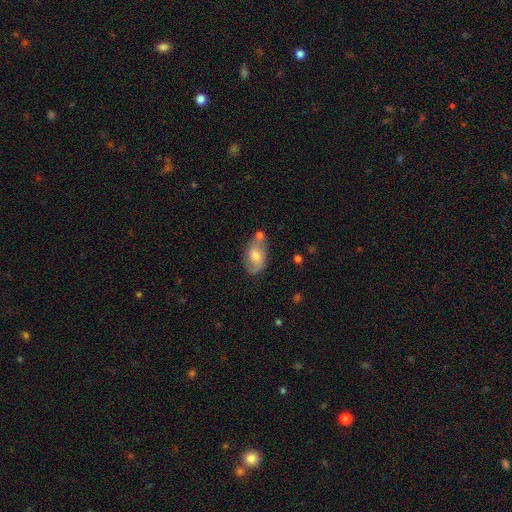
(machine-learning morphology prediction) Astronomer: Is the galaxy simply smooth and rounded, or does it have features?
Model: smooth — 52% (runner-up: featured or disk, 39%).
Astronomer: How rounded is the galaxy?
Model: in between — 89%.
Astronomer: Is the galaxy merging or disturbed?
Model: none — 53%.